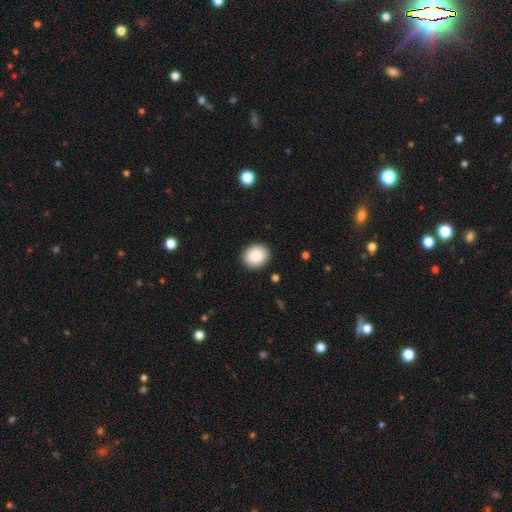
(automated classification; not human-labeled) Smooth or featured? Predicted: smooth (p=0.89). How rounded? Predicted: round (p=0.67). Merging? Predicted: none (p=0.90).